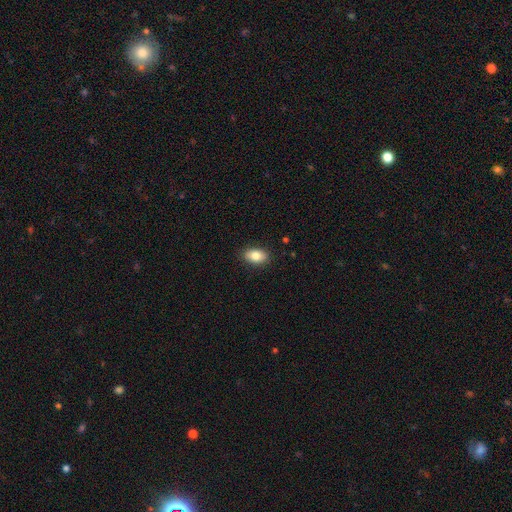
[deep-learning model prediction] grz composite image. It shows a smooth galaxy with no disk features (83%) that is in between round and cigar-shaped (89%). Merging: none (88%).